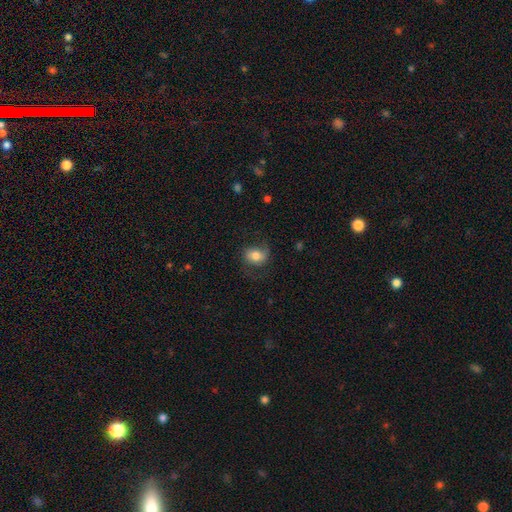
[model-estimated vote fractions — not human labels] A smooth galaxy with no disk features (67%) that is in between round and cigar-shaped (59%). Merging: none (65%).